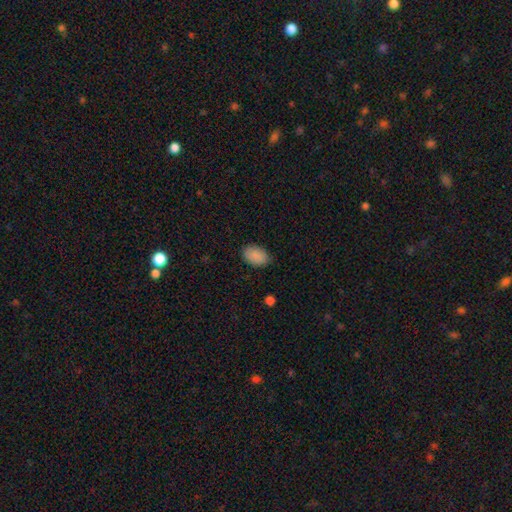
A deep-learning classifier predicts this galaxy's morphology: Overall: smooth (89%). How rounded: in between (87%). Merging: none (85%).